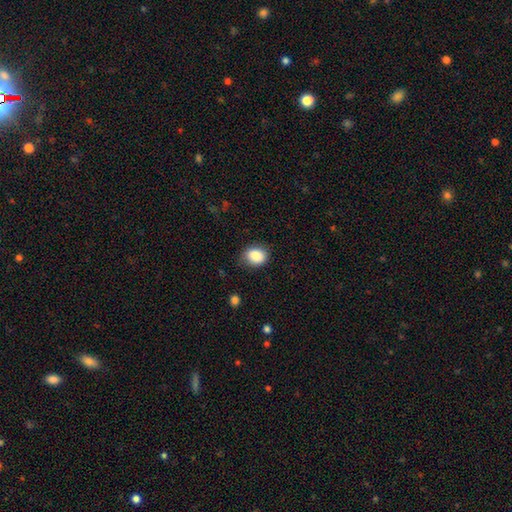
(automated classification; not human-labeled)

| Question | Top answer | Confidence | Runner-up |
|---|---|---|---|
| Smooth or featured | smooth | 87% | star or artifact (8%) |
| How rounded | round | 52% | in between (47%) |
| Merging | none | 79% | minor disturbance (16%) |